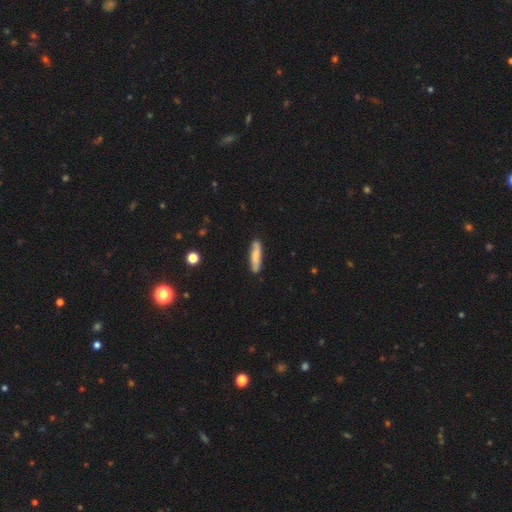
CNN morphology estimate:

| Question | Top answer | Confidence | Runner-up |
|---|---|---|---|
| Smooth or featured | smooth | 67% | featured or disk (27%) |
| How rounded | cigar-shaped | 81% | in between (18%) |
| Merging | none | 83% | minor disturbance (13%) |